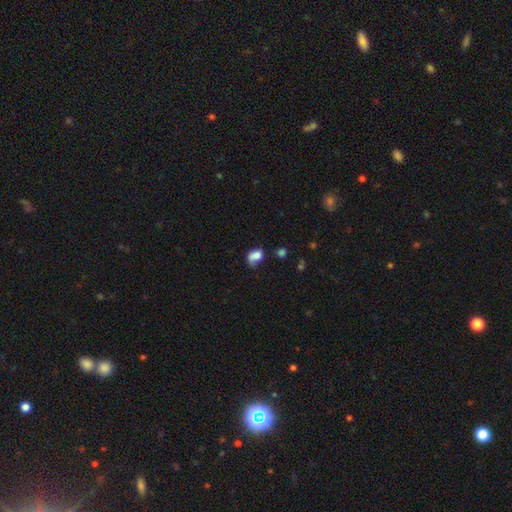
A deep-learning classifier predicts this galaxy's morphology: Smooth or featured?
  - smooth: 75% *
  - featured or disk: 15%
  - star or artifact: 10%
How rounded?
  - in between: 74% *
  - round: 24%
  - cigar-shaped: 2%
Merging?
  - none: 34% *
  - minor disturbance: 33%
  - major disturbance: 21%
  - merger: 11%